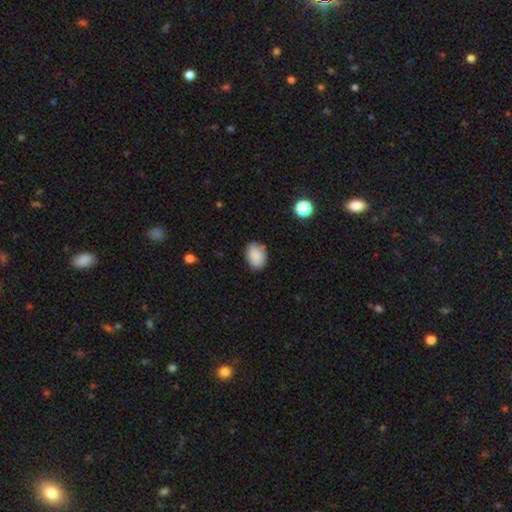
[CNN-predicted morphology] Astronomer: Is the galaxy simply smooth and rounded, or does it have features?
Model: smooth — 86%.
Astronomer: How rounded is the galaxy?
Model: in between — 71%.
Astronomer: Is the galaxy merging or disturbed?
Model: none — 77%.